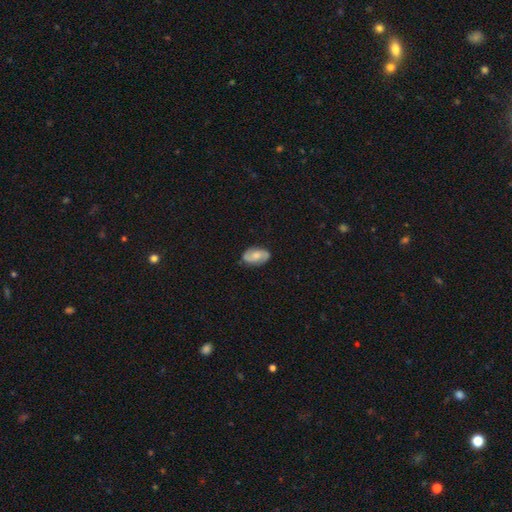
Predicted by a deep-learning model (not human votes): A featured or disk galaxy (50%). Merging: none (82%).